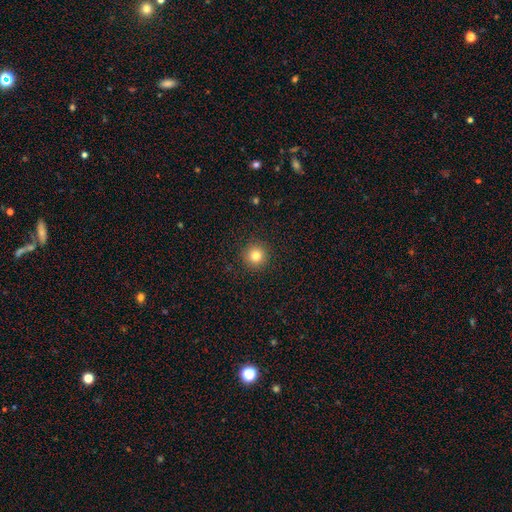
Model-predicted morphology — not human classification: The model was most divided on "smooth or featured": smooth: 82%, star or artifact: 12%, featured or disk: 6%. More confident: how rounded — round (96%); merging — none (92%).